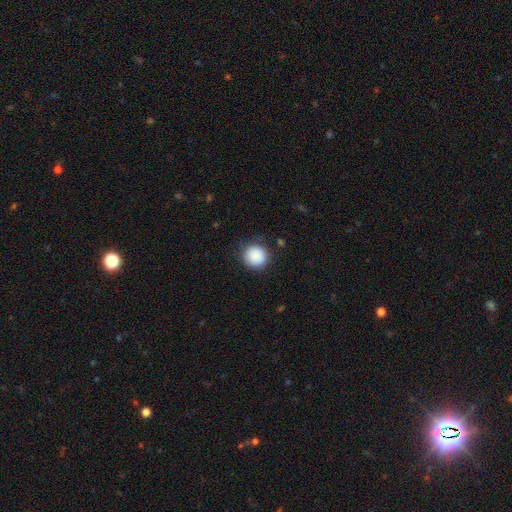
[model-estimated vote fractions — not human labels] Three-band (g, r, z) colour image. It shows a smooth galaxy with no disk features (89%) that is round (94%). Merging: none (86%).